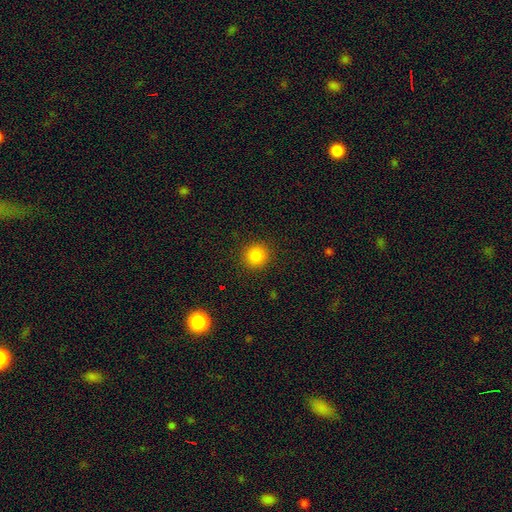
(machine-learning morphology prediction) smooth 84%, star or artifact 12%, featured or disk 5%. Down the decision tree: how rounded — round (92%); merging — none (91%).